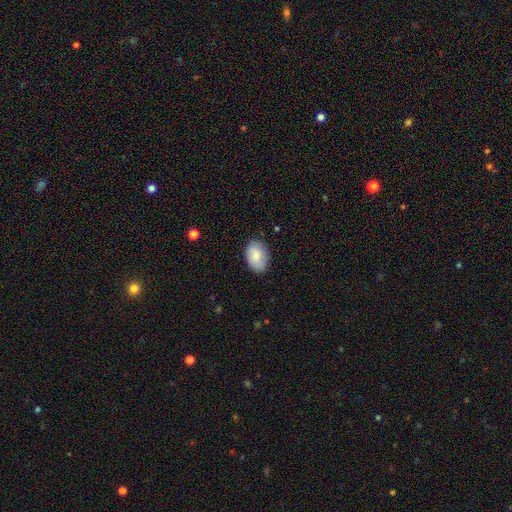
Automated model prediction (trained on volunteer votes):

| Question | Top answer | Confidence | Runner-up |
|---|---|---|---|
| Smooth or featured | smooth | 84% | featured or disk (10%) |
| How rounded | in between | 88% | round (11%) |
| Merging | none | 81% | minor disturbance (15%) |